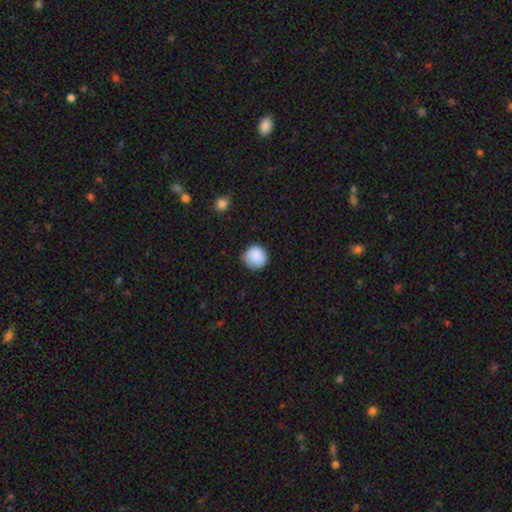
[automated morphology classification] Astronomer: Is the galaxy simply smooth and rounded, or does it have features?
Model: smooth — 88%.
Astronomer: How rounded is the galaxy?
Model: round — 92%.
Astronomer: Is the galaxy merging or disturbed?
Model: none — 79%.